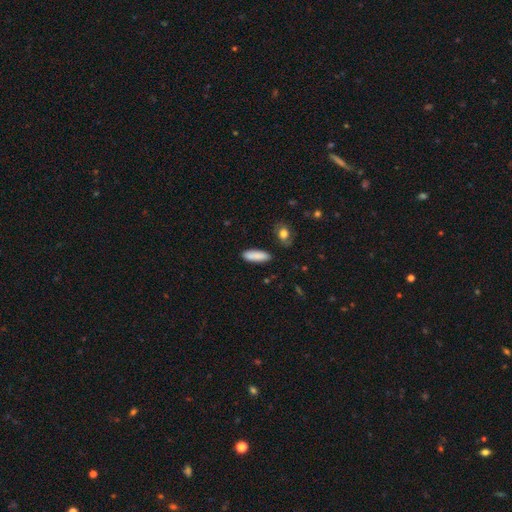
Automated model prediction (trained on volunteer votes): This is clearly a smooth galaxy (88%). How rounded: possibly in between (53%). Merging: clearly none (85%).